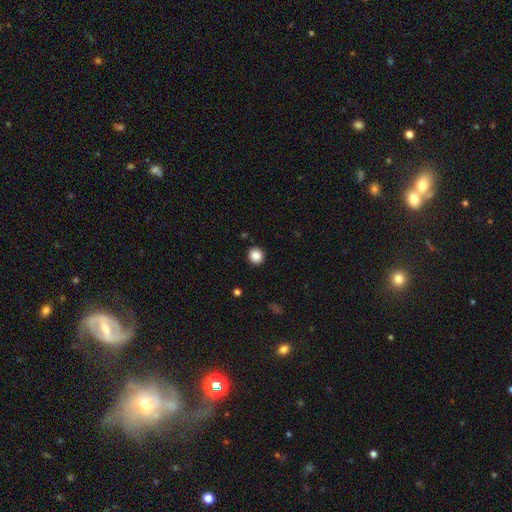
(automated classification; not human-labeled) The model was most divided on "smooth or featured": smooth: 86%, star or artifact: 10%, featured or disk: 4%. More confident: how rounded — round (93%); merging — none (92%).